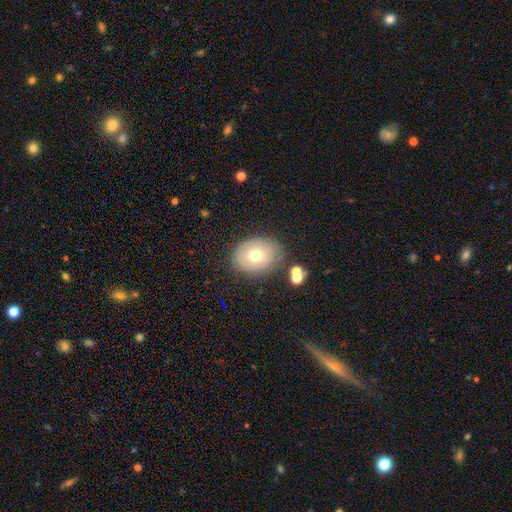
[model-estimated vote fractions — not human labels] smooth-or-featured: smooth: 69% | featured or disk: 20% | star or artifact: 11%
  how-rounded: in between: 56% | round: 43% | cigar-shaped: 1%
  merging: none: 79% | minor disturbance: 13% | major disturbance: 4% | merger: 4%